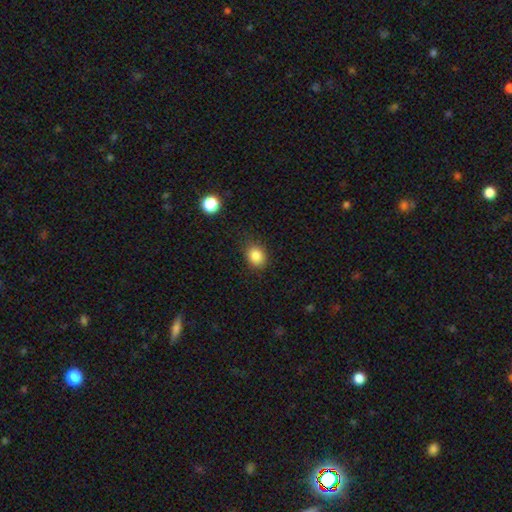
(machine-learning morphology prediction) Smooth or featured: smooth — 85% (star or artifact — 10%)
How rounded: round — 55% (in between — 44%)
Merging: none — 84% (minor disturbance — 12%)